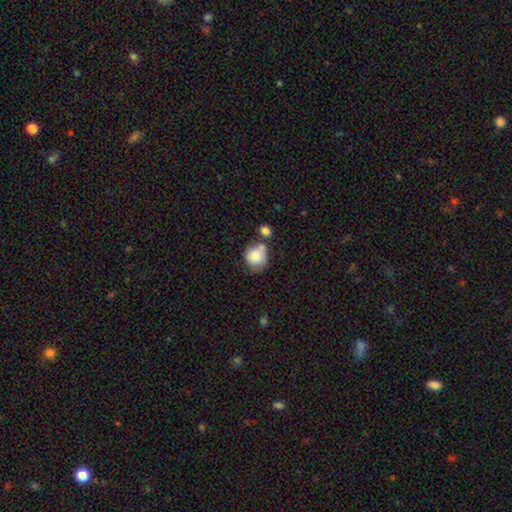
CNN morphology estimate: Smooth or featured?
  - smooth: 82% *
  - featured or disk: 10%
  - star or artifact: 8%
How rounded?
  - round: 80% *
  - in between: 19%
  - cigar-shaped: 1%
Merging?
  - none: 45% *
  - merger: 29%
  - minor disturbance: 19%
  - major disturbance: 7%